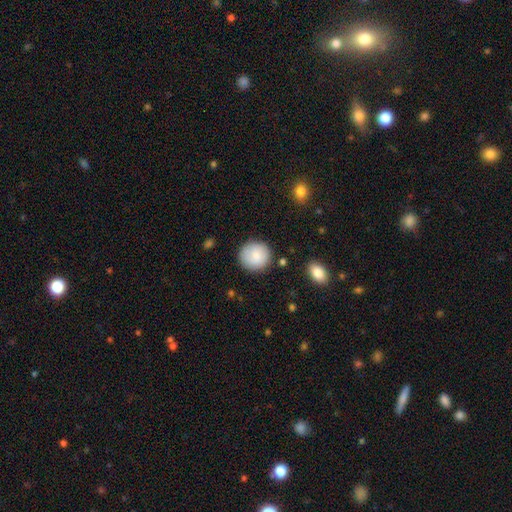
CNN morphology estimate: smooth_or_featured: smooth (p=0.86) [alt: featured or disk p=0.07]
how_rounded: round (p=0.91) [alt: in between p=0.08]
merging: none (p=0.86) [alt: minor disturbance p=0.10]